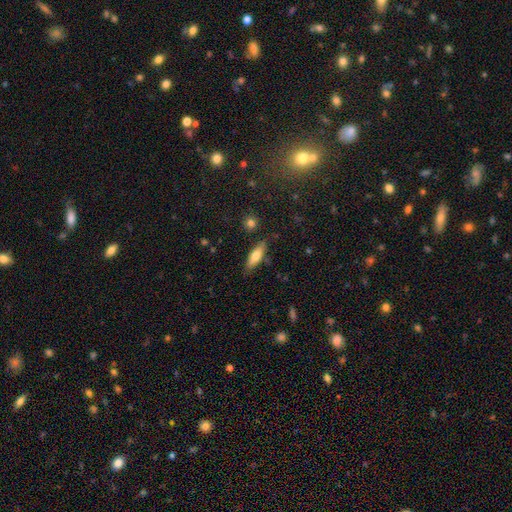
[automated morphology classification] A smooth galaxy with no disk features (67%) that is cigar-shaped (51%). Merging: none (82%).